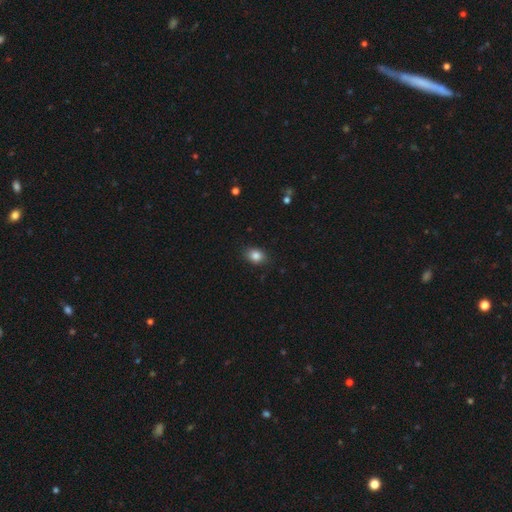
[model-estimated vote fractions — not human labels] A smooth galaxy with no disk features (85%) that is in between round and cigar-shaped (64%).

Vote fractions:
- Smooth or featured? smooth: 85% / star or artifact: 10% / featured or disk: 6%
- How rounded? in between: 64% / round: 35% / cigar-shaped: 1%
- Merging? none: 85% / minor disturbance: 11% / major disturbance: 2% / merger: 1%